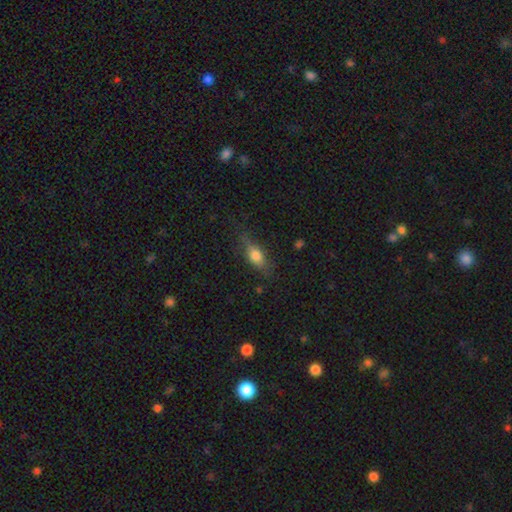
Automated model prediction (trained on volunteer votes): Morphology: type=smooth (68%); roundness=in between (71%); merging=none (70%).